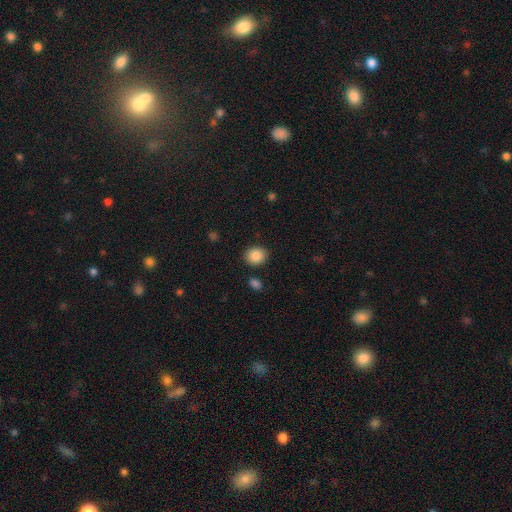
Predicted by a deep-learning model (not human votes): smooth_or_featured: smooth (p=0.87) [alt: star or artifact p=0.08]
how_rounded: round (p=0.65) [alt: in between p=0.34]
merging: none (p=0.87) [alt: minor disturbance p=0.08]